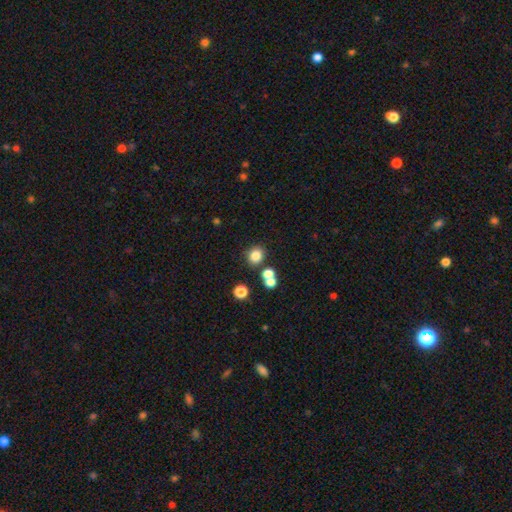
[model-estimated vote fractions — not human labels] This appears to be a smooth galaxy with no disk features (80%) that is round (75%). Merging: none (75%).